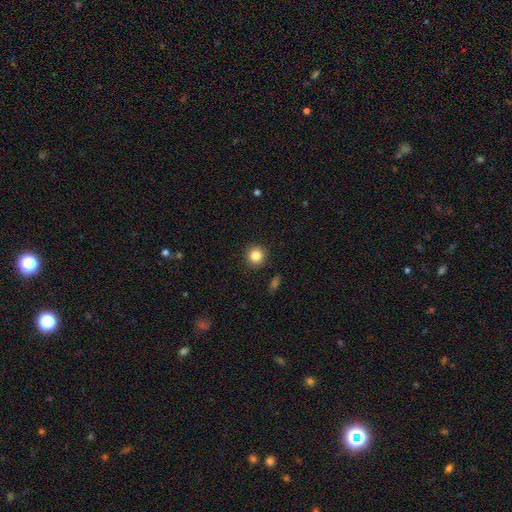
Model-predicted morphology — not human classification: smooth 84%, star or artifact 11%, featured or disk 5%. Down the decision tree: how rounded — round (93%); merging — none (91%).